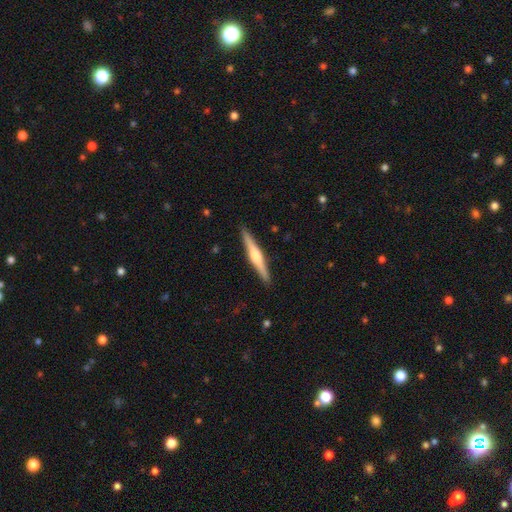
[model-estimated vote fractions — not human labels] Q: Smooth or featured?
A: featured or disk (70%); runner-up: smooth (25%)
Q: Edge-on disk?
A: yes (98%); runner-up: no (2%)
Q: Edge-on bulge?
A: rounded (87%); runner-up: boxy (9%)
Q: Merging?
A: none (91%); runner-up: minor disturbance (6%)